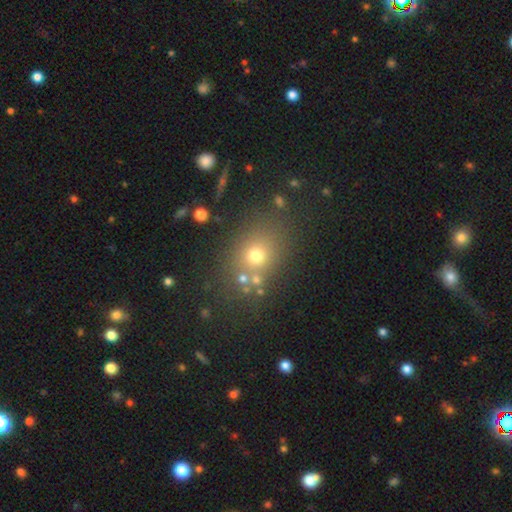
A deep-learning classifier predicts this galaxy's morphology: smooth_or_featured: smooth (p=0.67) [alt: star or artifact p=0.20]
how_rounded: round (p=0.58) [alt: in between p=0.40]
merging: none (p=0.74) [alt: minor disturbance p=0.12]